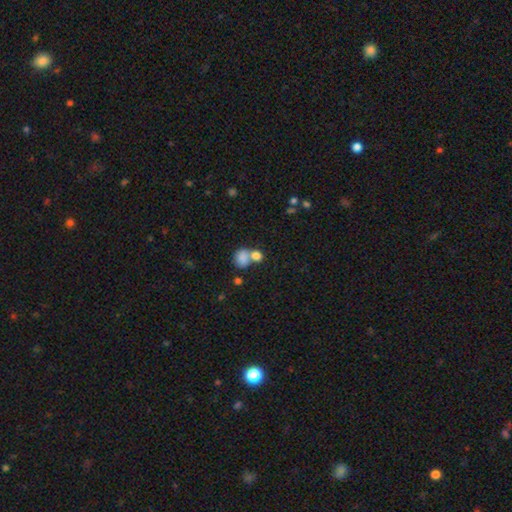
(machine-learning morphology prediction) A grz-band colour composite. It shows a smooth galaxy with no disk features (81%) that is round (57%). Merging: merger (53%).